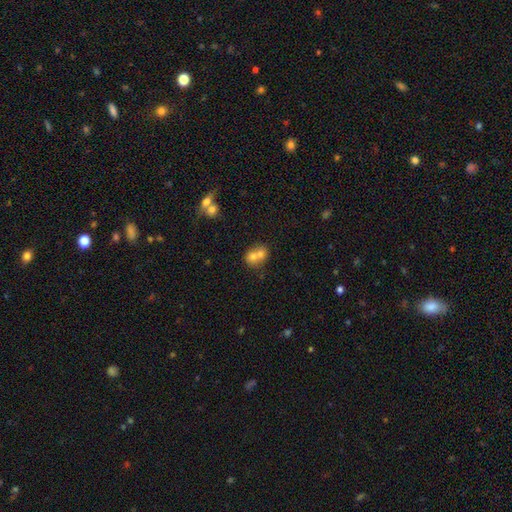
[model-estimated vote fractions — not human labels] smooth_or_featured: smooth (p=0.69) [alt: featured or disk p=0.21]
how_rounded: round (p=0.65) [alt: in between p=0.34]
merging: merger (p=0.67) [alt: none p=0.25]